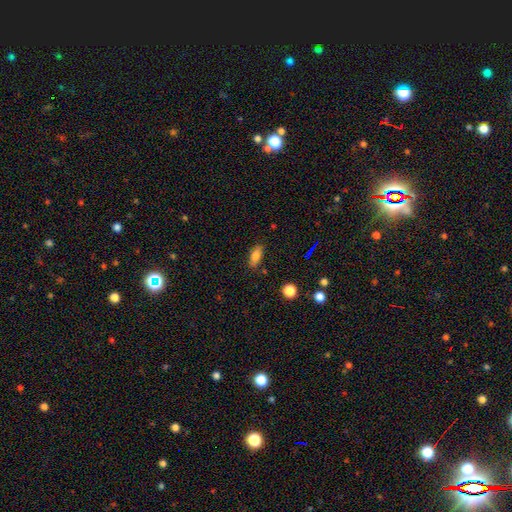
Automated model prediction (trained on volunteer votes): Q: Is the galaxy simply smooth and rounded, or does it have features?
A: smooth — 81%.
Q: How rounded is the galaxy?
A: in between — 76%.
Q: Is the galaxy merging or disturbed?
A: none — 84%.